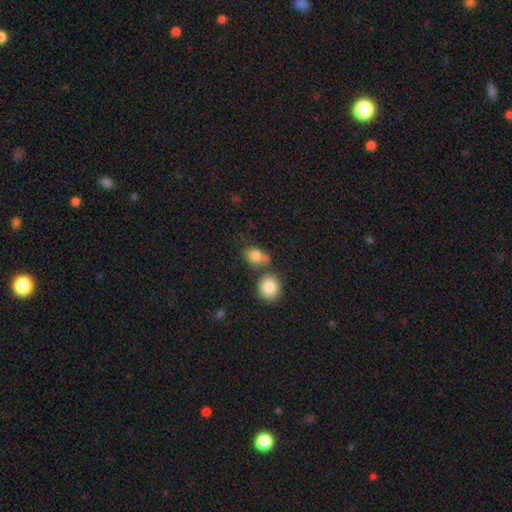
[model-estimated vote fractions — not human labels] A smooth galaxy with no disk features (83%) that is round (51%).

Vote fractions:
- Smooth or featured? smooth: 83% / star or artifact: 9% / featured or disk: 8%
- How rounded? round: 51% / in between: 47% / cigar-shaped: 2%
- Merging? none: 47% / merger: 33% / minor disturbance: 14% / major disturbance: 6%